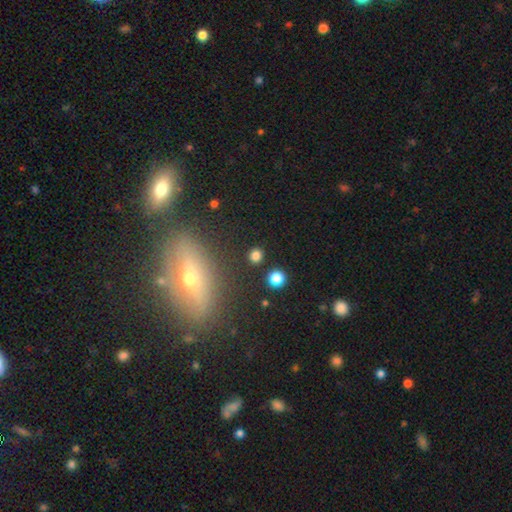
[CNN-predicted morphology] Q: Smooth or featured?
A: smooth (79%); runner-up: star or artifact (16%)
Q: How rounded?
A: round (86%); runner-up: in between (12%)
Q: Merging?
A: none (88%); runner-up: minor disturbance (6%)